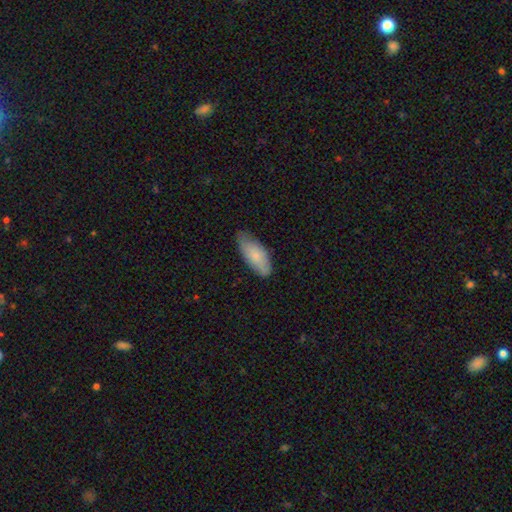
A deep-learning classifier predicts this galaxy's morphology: This appears to be a smooth galaxy with no disk features (78%) that is in between round and cigar-shaped (83%). Merging: none (68%).